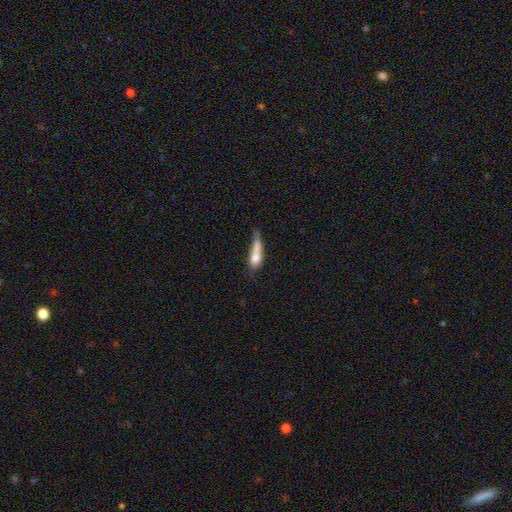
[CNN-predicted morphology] Q: Smooth or featured?
A: smooth (65%); runner-up: featured or disk (26%)
Q: How rounded?
A: cigar-shaped (58%); runner-up: in between (36%)
Q: Merging?
A: major disturbance (27%); runner-up: none (26%)